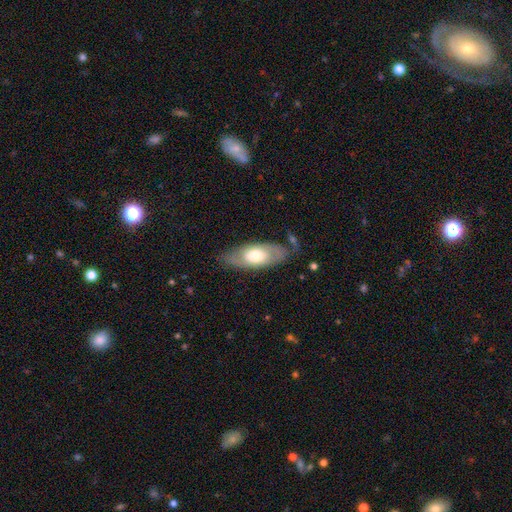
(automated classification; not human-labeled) Q: Smooth or featured?
A: smooth (50%); runner-up: featured or disk (45%)
Q: Merging?
A: none (73%); runner-up: minor disturbance (17%)